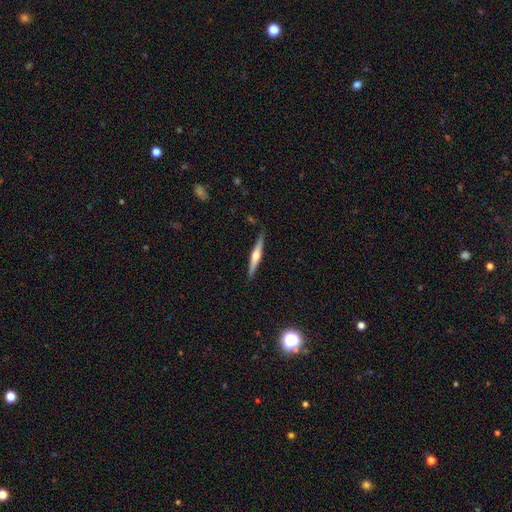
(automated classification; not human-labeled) Morphology: type=featured or disk (67%); edge-on=yes (98%); edge-on bulge=rounded (88%); merging=none (87%).